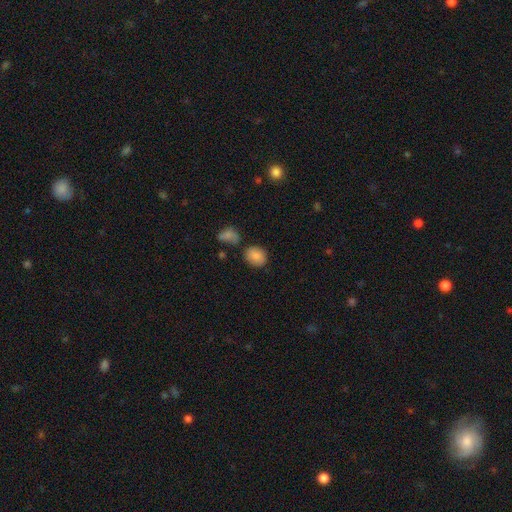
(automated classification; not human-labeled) Smooth or featured?
  - smooth: 86% *
  - star or artifact: 9%
  - featured or disk: 5%
How rounded?
  - round: 50% *
  - in between: 49%
  - cigar-shaped: 1%
Merging?
  - none: 72% *
  - minor disturbance: 14%
  - merger: 9%
  - major disturbance: 4%